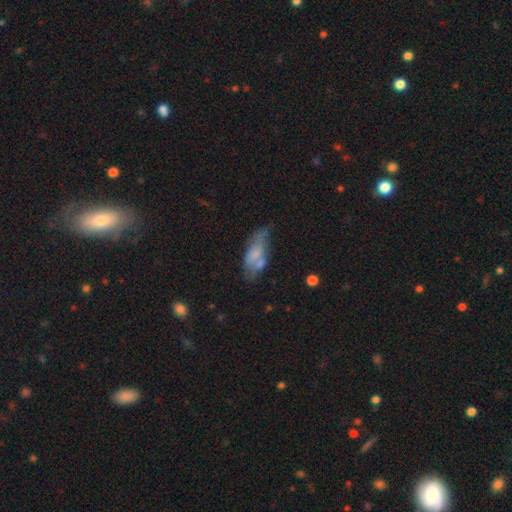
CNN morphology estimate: Smooth or featured? Predicted: smooth (p=0.57). How rounded? Predicted: in between (p=0.73). Merging? Predicted: none (p=0.44).